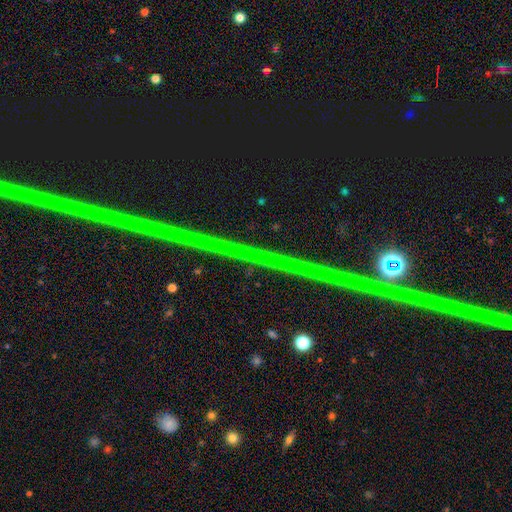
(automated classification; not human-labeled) Q: Smooth or featured?
A: star or artifact (88%); runner-up: featured or disk (8%)